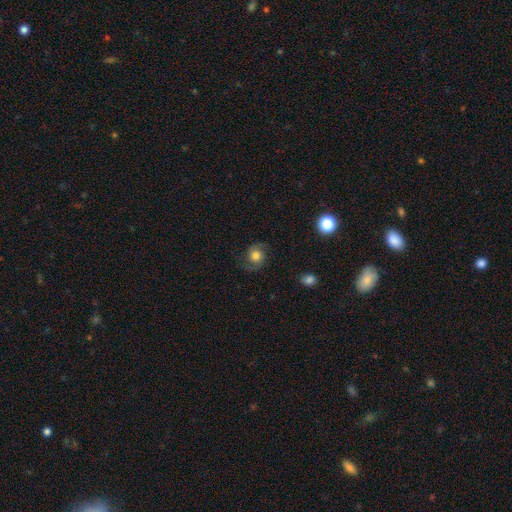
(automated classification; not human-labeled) Smooth or featured?
  - featured or disk: 52% *
  - smooth: 38%
  - star or artifact: 10%
Edge-on disk?
  - no: 97% *
  - yes: 3%
Bar?
  - no: 77% *
  - weak: 20%
  - strong: 4%
Spiral arms?
  - yes: 88% *
  - no: 12%
Bulge size?
  - moderate: 57% *
  - large: 28%
  - small: 9%
  - dominant: 4%
  - none: 2%
Merging?
  - none: 76% *
  - minor disturbance: 15%
  - major disturbance: 7%
  - merger: 1%